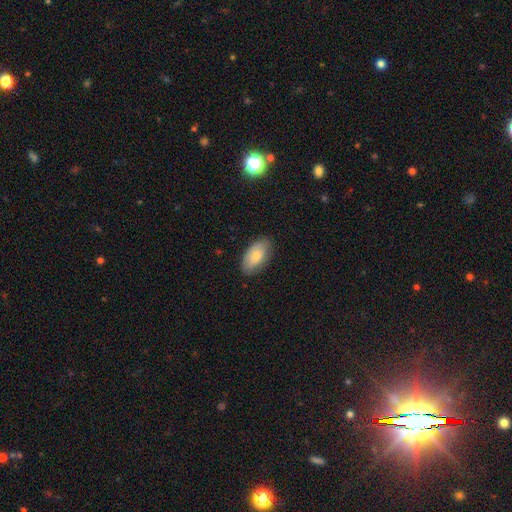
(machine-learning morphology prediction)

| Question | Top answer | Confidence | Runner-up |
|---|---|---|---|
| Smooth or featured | smooth | 75% | featured or disk (19%) |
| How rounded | in between | 94% | round (3%) |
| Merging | none | 81% | minor disturbance (16%) |